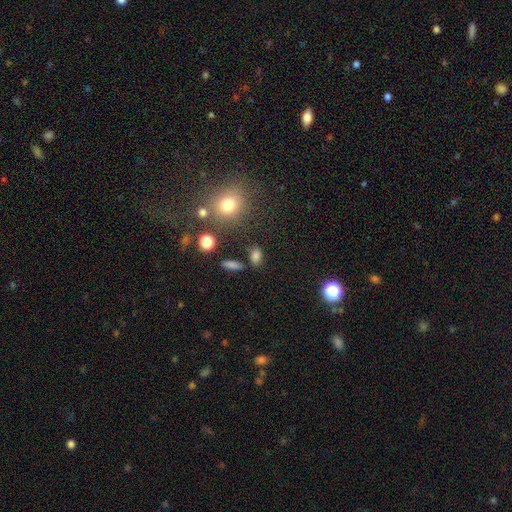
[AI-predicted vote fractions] This appears to be a smooth galaxy with no disk features (78%) that is in between round and cigar-shaped (75%). Merging: none (75%).